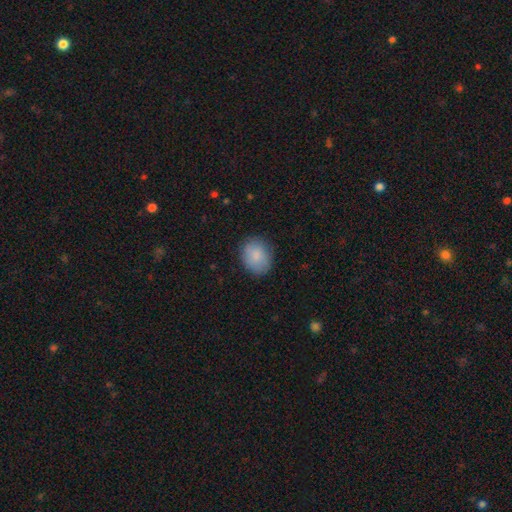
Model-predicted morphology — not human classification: smooth 86%, featured or disk 7%, star or artifact 7%. Down the decision tree: how rounded — round (57%); merging — none (83%).